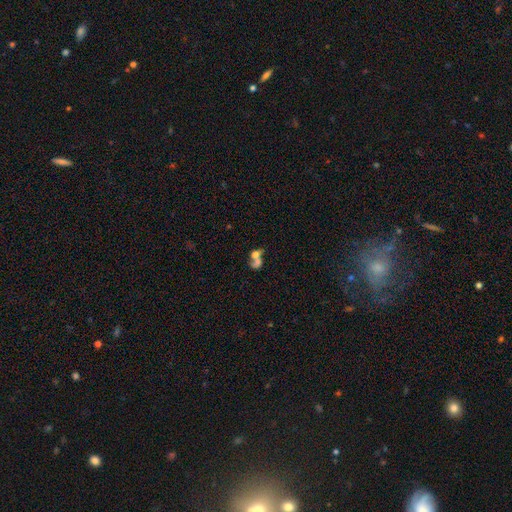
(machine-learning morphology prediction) The model was most divided on "how rounded": in between: 58%, round: 38%, cigar-shaped: 4%. More confident: merging — merger (70%); smooth or featured — smooth (55%).